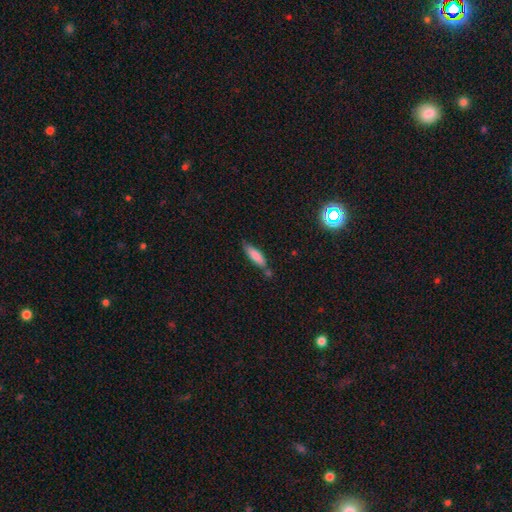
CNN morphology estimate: Q: Smooth or featured?
A: smooth (82%); runner-up: featured or disk (11%)
Q: How rounded?
A: cigar-shaped (56%); runner-up: in between (42%)
Q: Merging?
A: none (61%); runner-up: minor disturbance (23%)